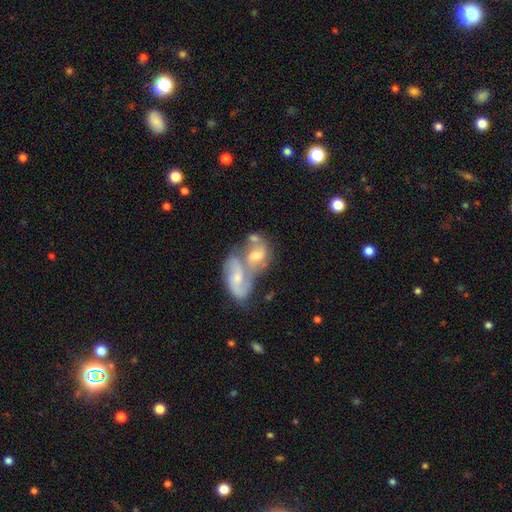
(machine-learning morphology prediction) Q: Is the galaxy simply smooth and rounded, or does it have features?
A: featured or disk — 50%.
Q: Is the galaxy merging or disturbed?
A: merger — 58%.